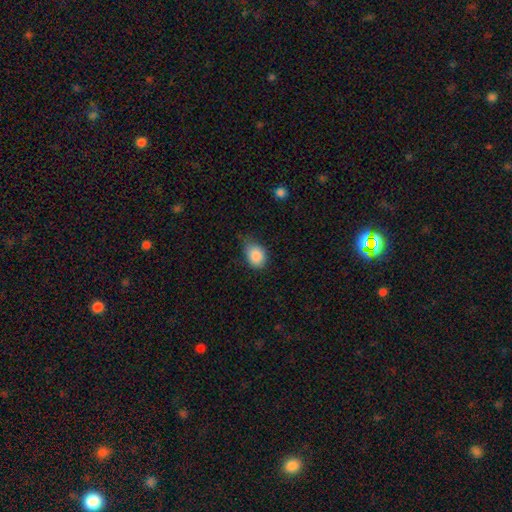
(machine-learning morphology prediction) Smooth or featured? Predicted: smooth (p=0.87). How rounded? Predicted: in between (p=0.64). Merging? Predicted: none (p=0.52).